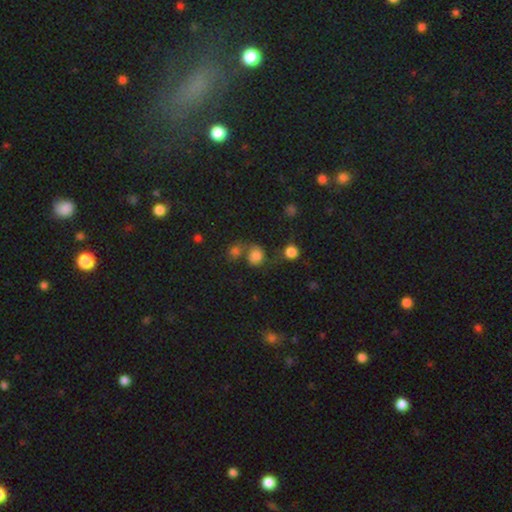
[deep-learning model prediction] smooth-or-featured: smooth: 72% | star or artifact: 14% | featured or disk: 14%
  how-rounded: round: 76% | in between: 23% | cigar-shaped: 1%
  merging: none: 40% | merger: 34% | minor disturbance: 14% | major disturbance: 11%